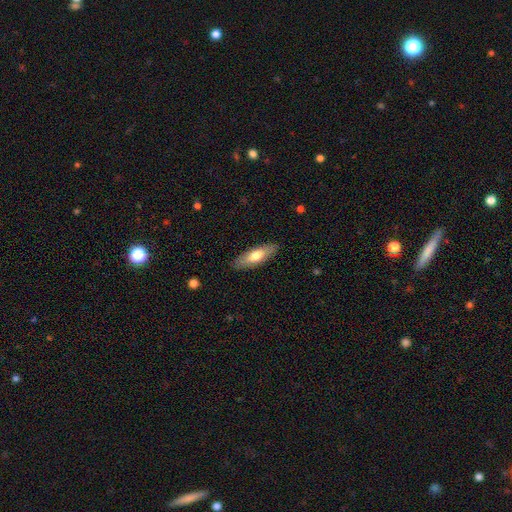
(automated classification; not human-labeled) This is likely a smooth galaxy (65%). How rounded: possibly in between (54%). Merging: clearly none (88%).